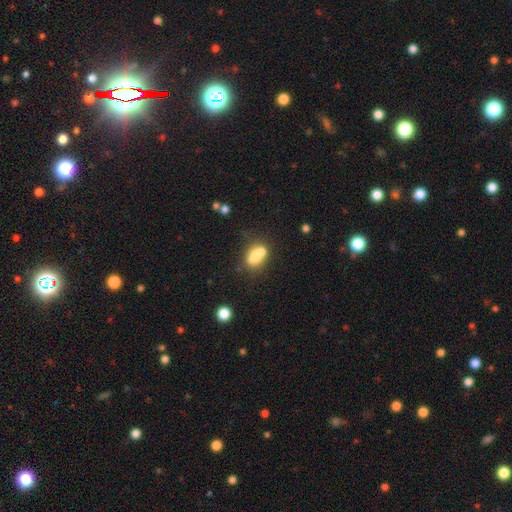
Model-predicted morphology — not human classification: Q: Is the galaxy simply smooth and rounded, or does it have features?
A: smooth — 62%.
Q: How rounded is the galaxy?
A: in between — 53%.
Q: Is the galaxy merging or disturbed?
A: merger — 54%.